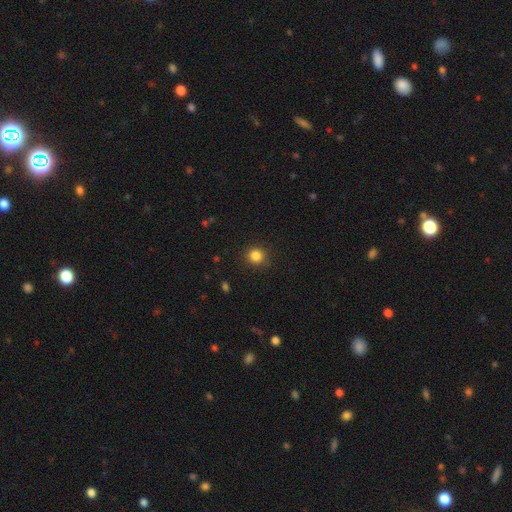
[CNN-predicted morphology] A smooth galaxy with no disk features (84%) that is round (88%).

Vote fractions:
- Smooth or featured? smooth: 84% / star or artifact: 12% / featured or disk: 4%
- How rounded? round: 88% / in between: 11% / cigar-shaped: 1%
- Merging? none: 89% / minor disturbance: 7% / major disturbance: 2% / merger: 1%